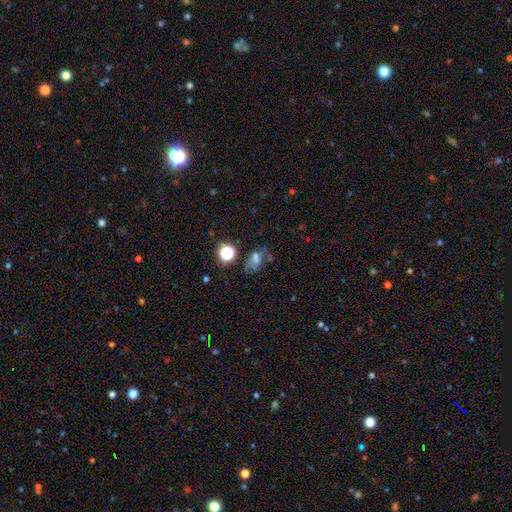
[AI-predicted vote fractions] Morphology: type=smooth (47%); merging=none (51%).